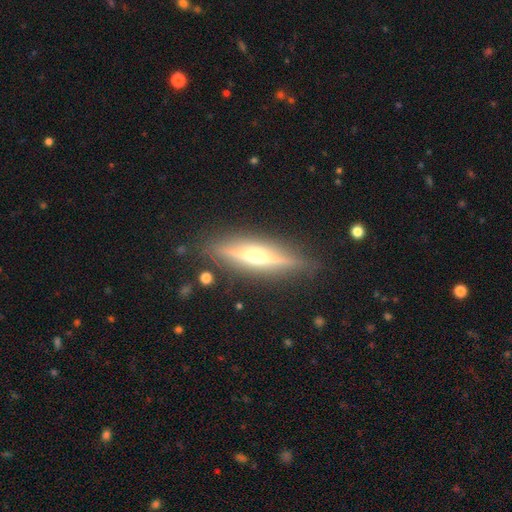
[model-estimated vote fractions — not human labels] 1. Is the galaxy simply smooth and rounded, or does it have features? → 78% featured or disk, 16% smooth, 6% star or artifact.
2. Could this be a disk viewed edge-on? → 96% yes, 4% no.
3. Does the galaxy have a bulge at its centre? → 84% rounded, 8% none, 7% boxy.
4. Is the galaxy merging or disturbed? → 88% none, 9% minor disturbance, 2% major disturbance, 1% merger.